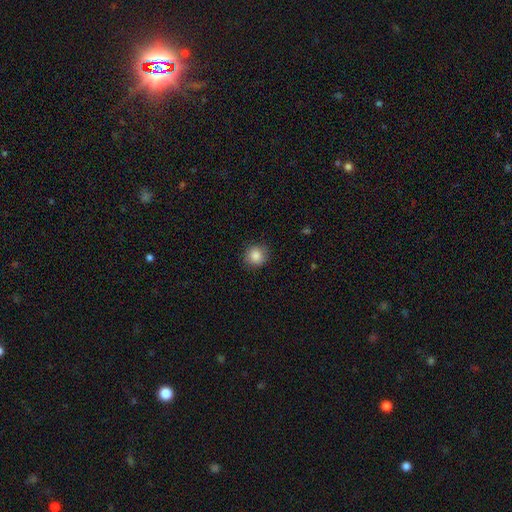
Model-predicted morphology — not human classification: Smooth or featured: smooth — 86% (star or artifact — 10%)
How rounded: round — 89% (in between — 10%)
Merging: none — 87% (minor disturbance — 9%)